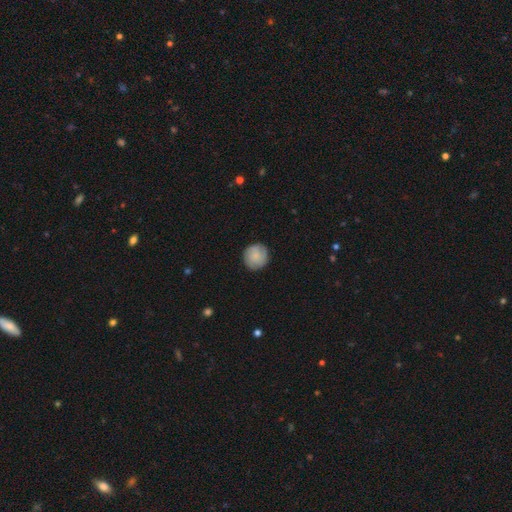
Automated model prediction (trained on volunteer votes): Smooth or featured? Predicted: smooth (p=0.73). How rounded? Predicted: round (p=0.91). Merging? Predicted: none (p=0.85).